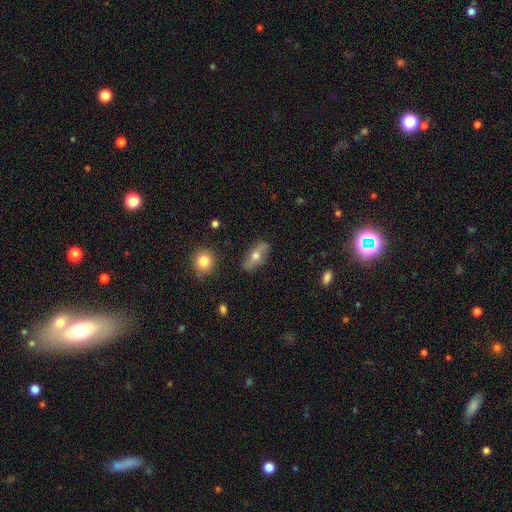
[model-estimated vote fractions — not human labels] This is possibly a featured or disk galaxy (52%). It is possibly viewed edge-on (51%). Merging: clearly none (82%).